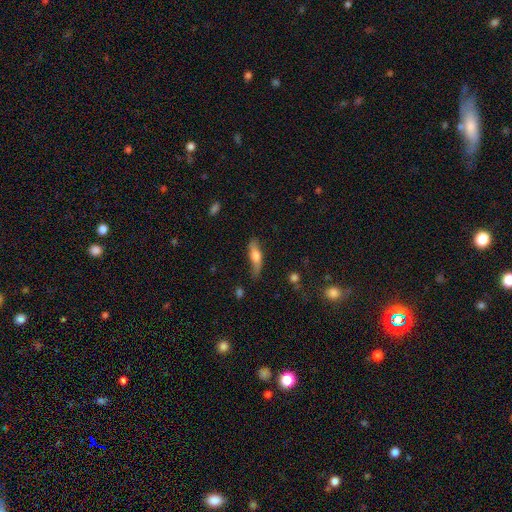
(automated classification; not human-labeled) A smooth galaxy with no disk features (55%) that is cigar-shaped (60%).

Vote fractions:
- Smooth or featured? smooth: 55% / featured or disk: 38% / star or artifact: 7%
- How rounded? cigar-shaped: 60% / in between: 37% / round: 3%
- Merging? none: 65% / minor disturbance: 26% / major disturbance: 7% / merger: 3%